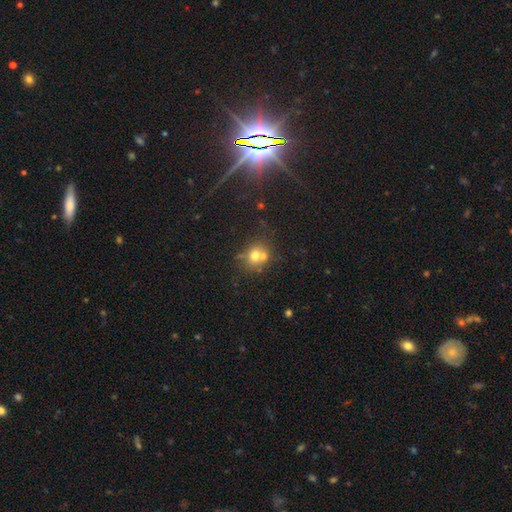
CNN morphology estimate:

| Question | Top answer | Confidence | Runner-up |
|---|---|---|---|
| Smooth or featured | smooth | 66% | featured or disk (18%) |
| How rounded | round | 78% | in between (21%) |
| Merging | none | 49% | merger (35%) |